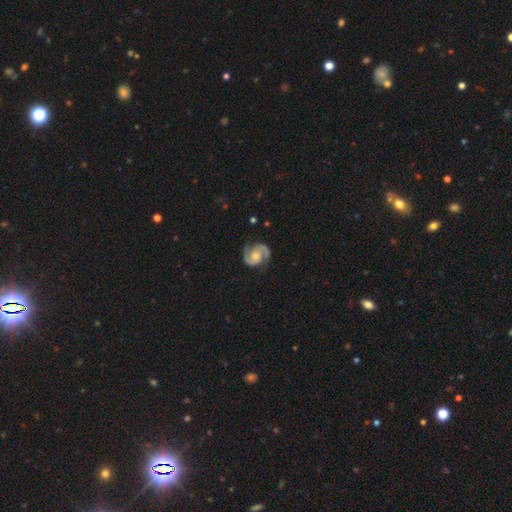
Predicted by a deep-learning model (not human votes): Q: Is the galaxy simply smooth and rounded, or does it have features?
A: featured or disk — 90%.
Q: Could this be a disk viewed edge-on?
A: no — 98%.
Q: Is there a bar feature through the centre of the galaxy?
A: no — 62%.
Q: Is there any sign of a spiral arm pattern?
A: yes — 98%.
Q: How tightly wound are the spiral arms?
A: medium — 54%.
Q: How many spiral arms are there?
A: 2 — 93%.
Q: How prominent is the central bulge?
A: moderate — 49%.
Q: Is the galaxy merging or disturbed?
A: none — 80%.